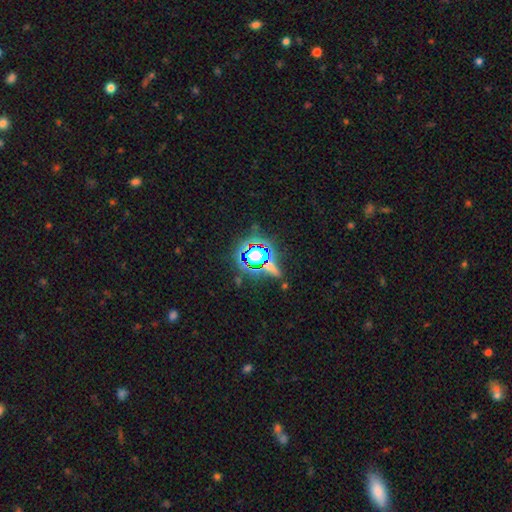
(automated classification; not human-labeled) Smooth or featured: star or artifact — 66% (smooth — 21%)